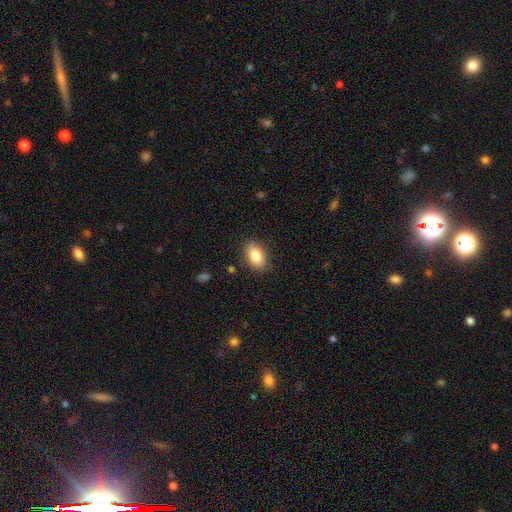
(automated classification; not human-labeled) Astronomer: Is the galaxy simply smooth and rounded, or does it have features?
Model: smooth — 83%.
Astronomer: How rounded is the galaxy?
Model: in between — 87%.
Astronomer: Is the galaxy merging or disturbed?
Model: none — 83%.